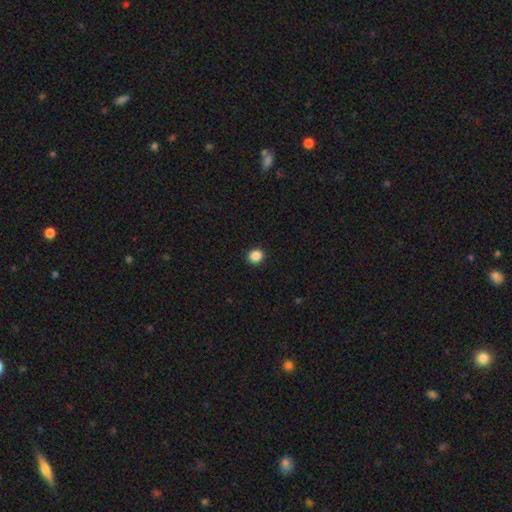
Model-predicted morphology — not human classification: smooth 88%, star or artifact 10%, featured or disk 3%. Down the decision tree: how rounded — round (76%); merging — none (92%).